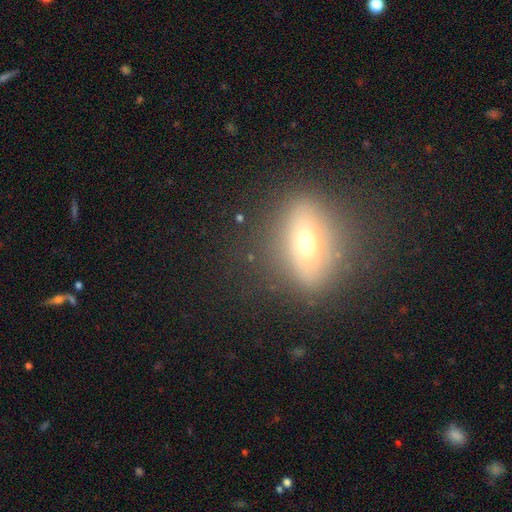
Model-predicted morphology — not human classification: smooth_or_featured: featured or disk (p=0.45) [alt: smooth p=0.38]
merging: none (p=0.82) [alt: minor disturbance p=0.11]